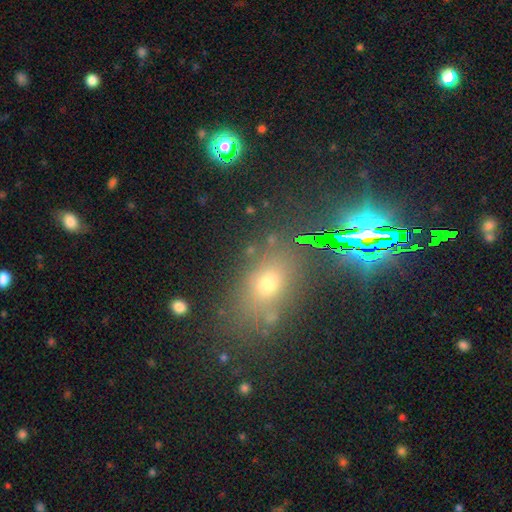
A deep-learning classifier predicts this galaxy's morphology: Smooth or featured? Predicted: smooth (p=0.48). Merging? Predicted: none (p=0.76).